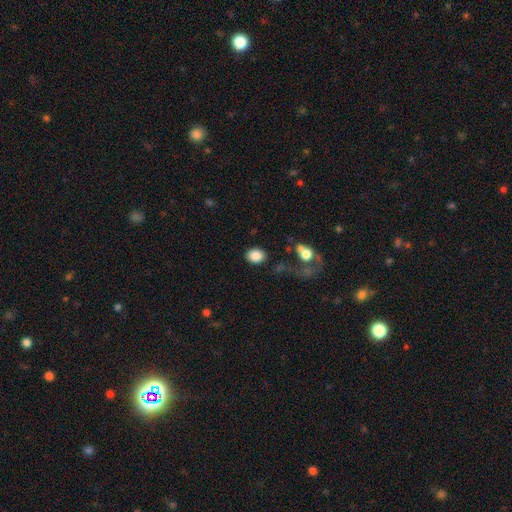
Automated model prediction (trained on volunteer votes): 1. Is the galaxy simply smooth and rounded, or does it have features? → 84% smooth, 8% featured or disk, 8% star or artifact.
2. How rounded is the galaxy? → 54% in between, 45% round, 1% cigar-shaped.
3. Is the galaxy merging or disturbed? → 82% none, 9% minor disturbance, 5% merger, 5% major disturbance.